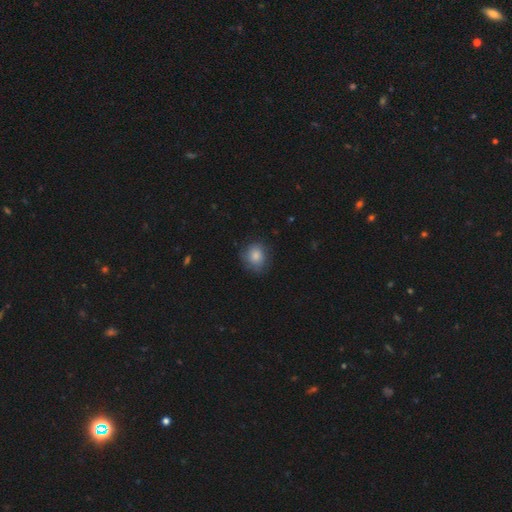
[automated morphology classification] Smooth or featured: smooth — 83% (featured or disk — 10%)
How rounded: round — 78% (in between — 21%)
Merging: none — 75% (minor disturbance — 19%)